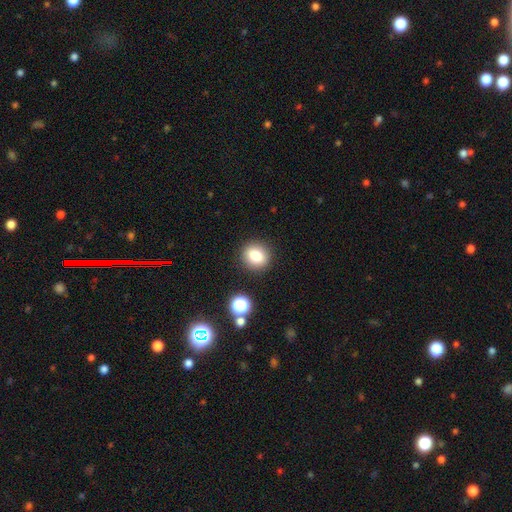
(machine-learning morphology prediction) The model was most divided on "how rounded": round: 79%, in between: 20%, cigar-shaped: 1%. More confident: merging — none (88%); smooth or featured — smooth (82%).